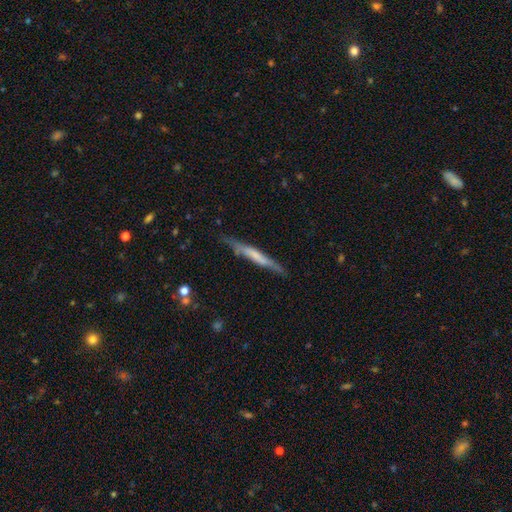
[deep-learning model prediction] Q: Smooth or featured?
A: featured or disk (52%); runner-up: smooth (43%)
Q: Edge-on disk?
A: yes (91%); runner-up: no (9%)
Q: Merging?
A: none (76%); runner-up: minor disturbance (18%)